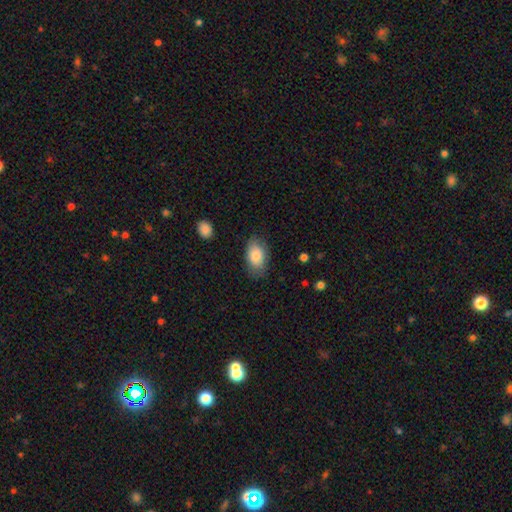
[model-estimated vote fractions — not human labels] smooth 84%, featured or disk 10%, star or artifact 7%. Down the decision tree: how rounded — in between (92%); merging — none (78%).